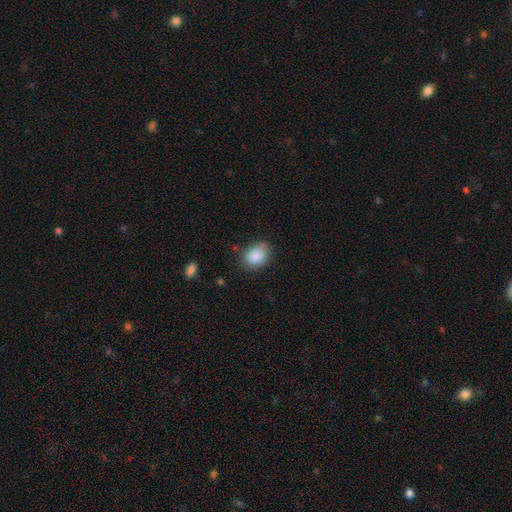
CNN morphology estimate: A smooth galaxy with no disk features (88%) that is in between round and cigar-shaped (60%). Merging: none (77%).